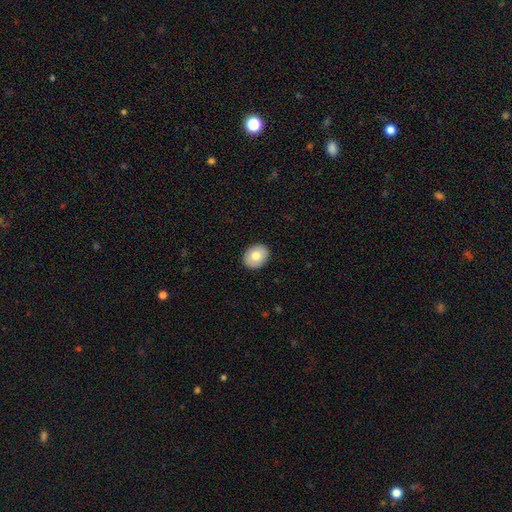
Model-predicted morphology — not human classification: Smooth or featured? smooth (76%)
How rounded? in between (57%)
Merging? none (91%)